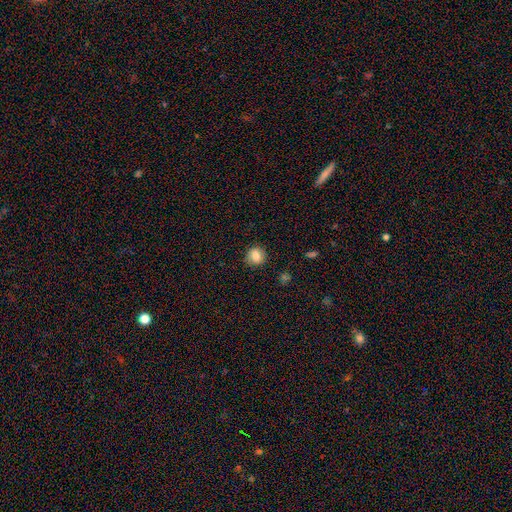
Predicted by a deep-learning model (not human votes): This is likely a smooth galaxy (79%). How rounded: likely round (79%). Merging: clearly none (83%).